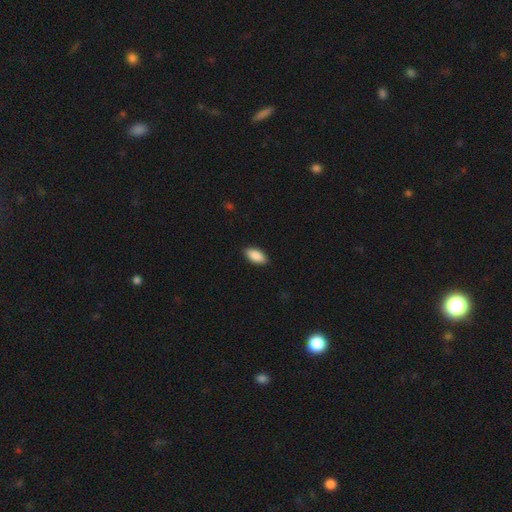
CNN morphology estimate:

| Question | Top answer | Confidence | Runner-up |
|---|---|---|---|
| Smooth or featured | smooth | 90% | star or artifact (6%) |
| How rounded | in between | 93% | cigar-shaped (5%) |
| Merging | none | 89% | minor disturbance (8%) |